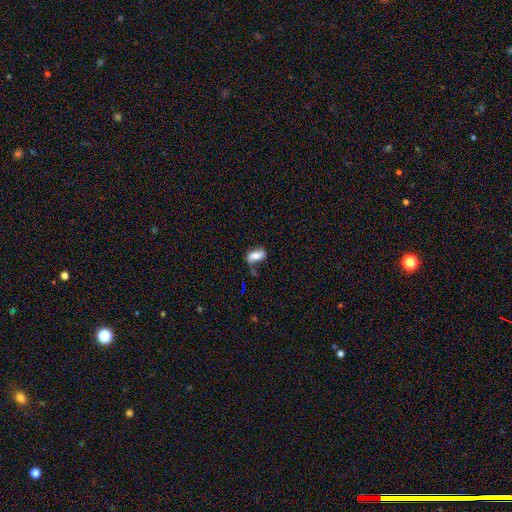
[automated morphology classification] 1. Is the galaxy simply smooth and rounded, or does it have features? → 66% smooth, 25% featured or disk, 9% star or artifact.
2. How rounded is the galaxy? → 87% in between, 9% cigar-shaped, 5% round.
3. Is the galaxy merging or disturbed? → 48% none, 28% minor disturbance, 14% major disturbance, 10% merger.